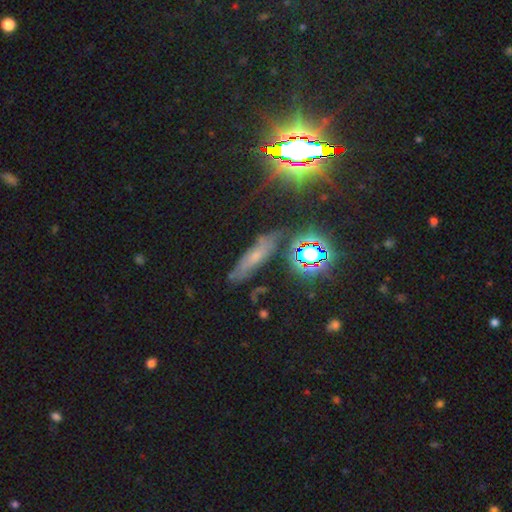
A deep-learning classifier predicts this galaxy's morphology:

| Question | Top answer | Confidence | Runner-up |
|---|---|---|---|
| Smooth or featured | smooth | 37% | star or artifact (33%) |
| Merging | none | 75% | minor disturbance (16%) |